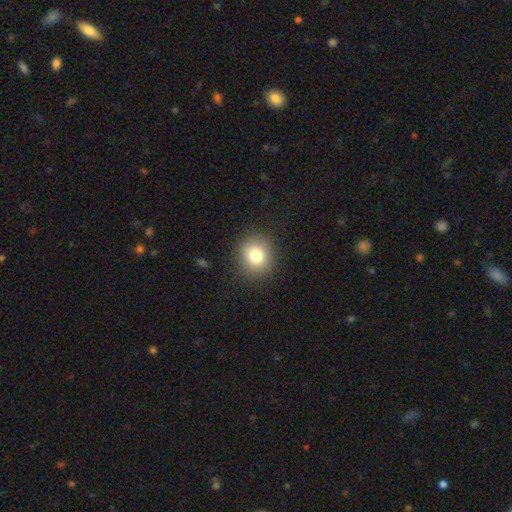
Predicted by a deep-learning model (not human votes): Smooth or featured? smooth (80%)
How rounded? round (84%)
Merging? none (88%)